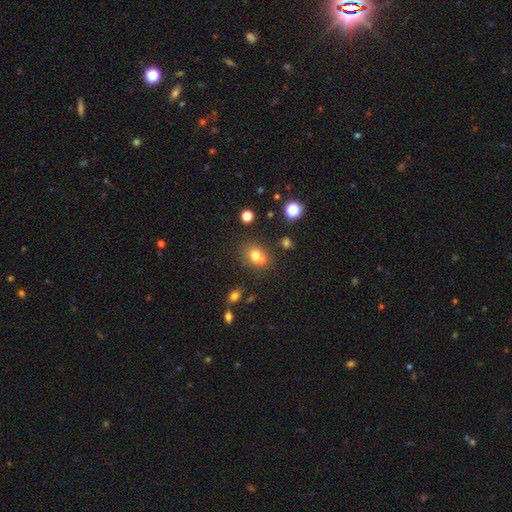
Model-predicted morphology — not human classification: Overall: smooth (67%). How rounded: round (67%; in between 32%). Merging: merger (48%; none 40%).